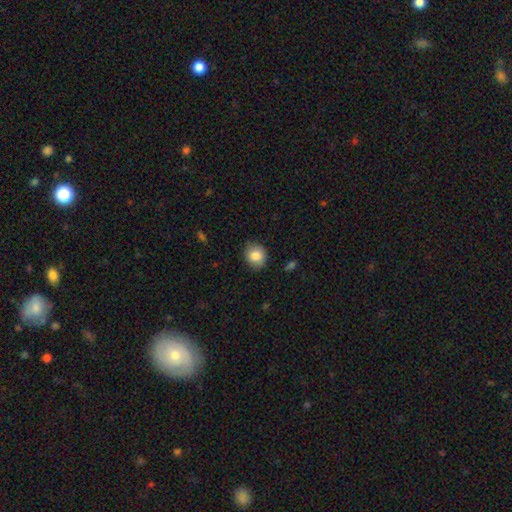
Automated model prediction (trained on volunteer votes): Overall: smooth (83%). How rounded: round (72%). Merging: none (83%).